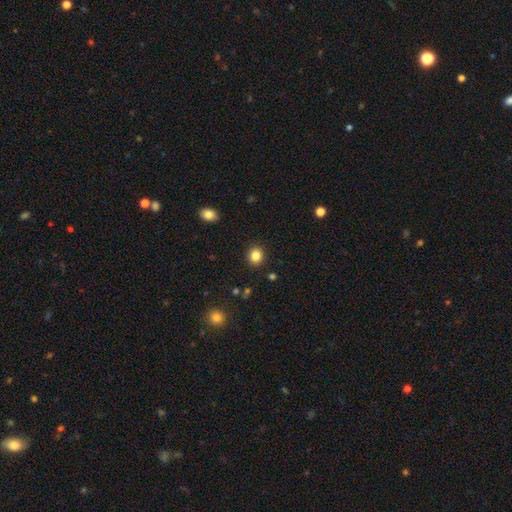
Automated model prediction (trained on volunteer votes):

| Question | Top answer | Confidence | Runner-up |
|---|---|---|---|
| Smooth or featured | smooth | 84% | star or artifact (11%) |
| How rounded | round | 85% | in between (14%) |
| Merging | none | 91% | minor disturbance (6%) |